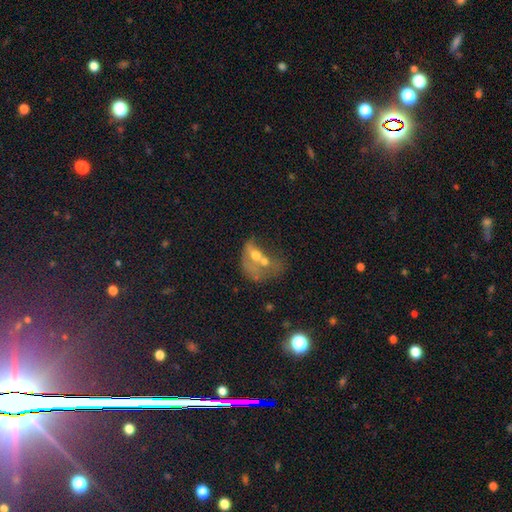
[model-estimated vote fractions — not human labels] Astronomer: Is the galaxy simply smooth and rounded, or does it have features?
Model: smooth — 47% (runner-up: featured or disk, 42%).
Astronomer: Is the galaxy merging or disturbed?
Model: merger — 61%.